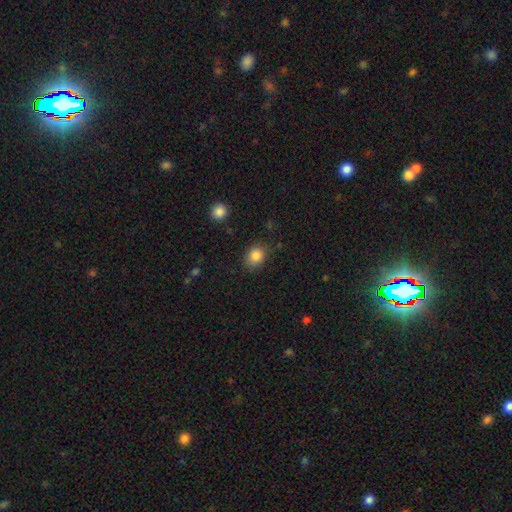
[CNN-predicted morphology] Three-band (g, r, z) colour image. It shows a smooth galaxy with no disk features (86%) that is in between round and cigar-shaped (52%). Merging: none (77%).